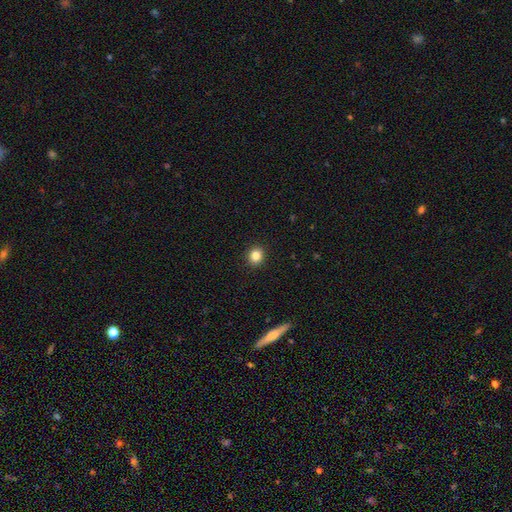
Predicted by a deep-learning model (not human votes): Smooth or featured: smooth — 84% (star or artifact — 11%)
How rounded: round — 84% (in between — 15%)
Merging: none — 92% (minor disturbance — 5%)